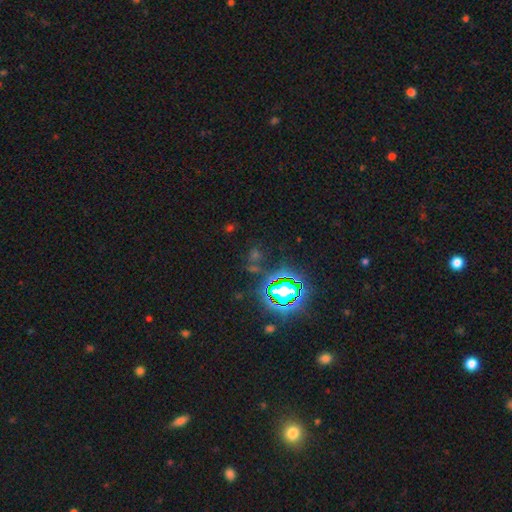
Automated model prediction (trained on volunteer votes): Smooth or featured?
  - star or artifact: 68% *
  - smooth: 22%
  - featured or disk: 10%